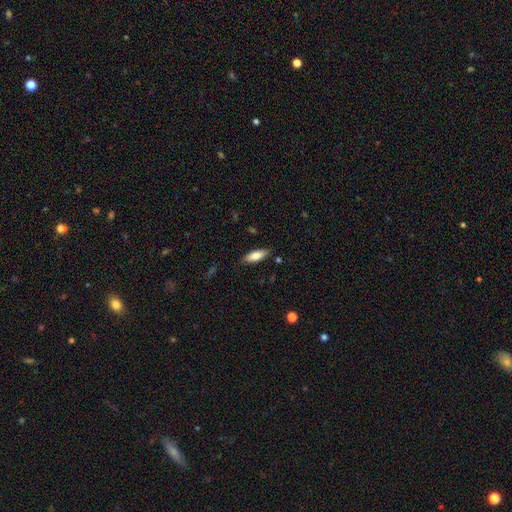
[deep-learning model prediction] This appears to be a smooth galaxy with no disk features (78%) that is in between round and cigar-shaped (68%). Merging: none (85%).